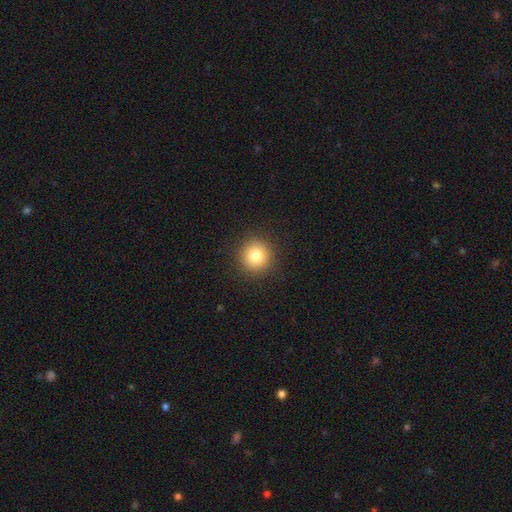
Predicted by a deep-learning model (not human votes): Smooth or featured: smooth — 81% (star or artifact — 11%)
How rounded: round — 93% (in between — 6%)
Merging: none — 91% (minor disturbance — 6%)